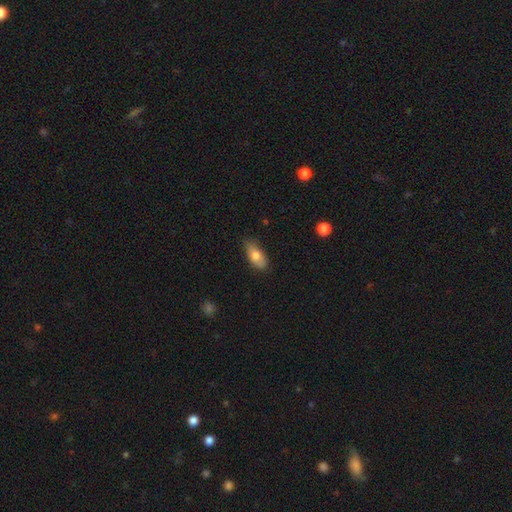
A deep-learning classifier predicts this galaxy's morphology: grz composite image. It shows a smooth galaxy with no disk features (77%) that is in between round and cigar-shaped (88%). Merging: none (70%).